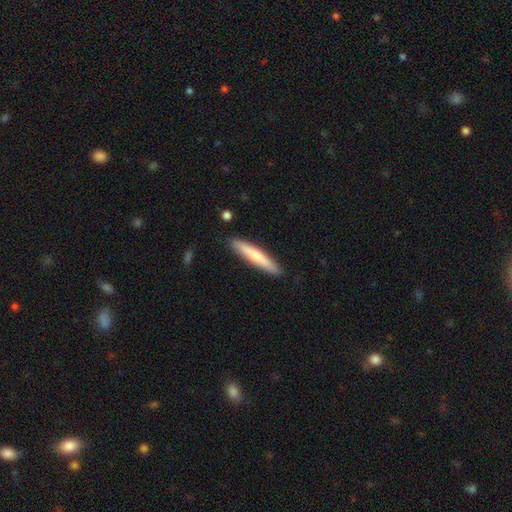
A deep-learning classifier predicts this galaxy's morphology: This is likely a smooth galaxy (66%). How rounded: clearly cigar-shaped (92%). Merging: clearly none (89%).